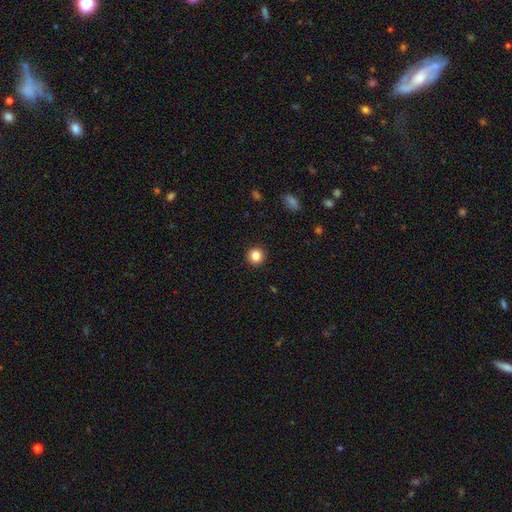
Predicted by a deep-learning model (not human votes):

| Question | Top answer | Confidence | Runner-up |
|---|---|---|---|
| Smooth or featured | smooth | 85% | star or artifact (10%) |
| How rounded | round | 95% | in between (5%) |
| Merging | none | 93% | minor disturbance (4%) |